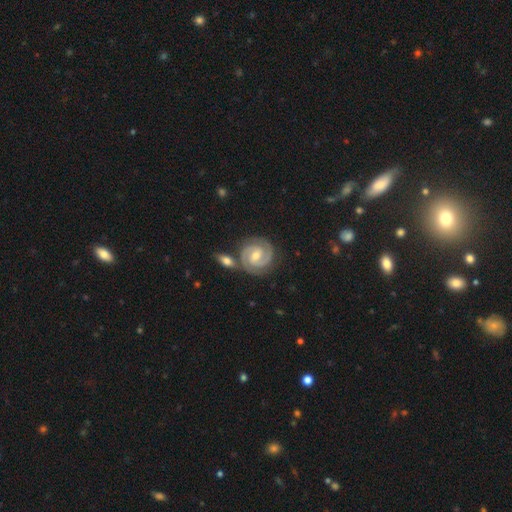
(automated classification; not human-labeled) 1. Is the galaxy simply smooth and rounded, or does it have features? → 89% featured or disk, 7% smooth, 4% star or artifact.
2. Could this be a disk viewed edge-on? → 97% no, 3% yes.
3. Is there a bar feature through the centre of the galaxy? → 50% weak, 32% no, 18% strong.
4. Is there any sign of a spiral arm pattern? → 98% yes, 2% no.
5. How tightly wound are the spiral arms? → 65% tight, 31% medium, 4% loose.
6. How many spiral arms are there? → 88% 2, 5% 3, 3% can't tell, 1% 1, 1% 4, 1% more than 4.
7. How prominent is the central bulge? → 54% moderate, 41% small, 2% large, 2% none, 1% dominant.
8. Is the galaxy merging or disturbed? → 72% none, 14% merger, 11% minor disturbance, 3% major disturbance.